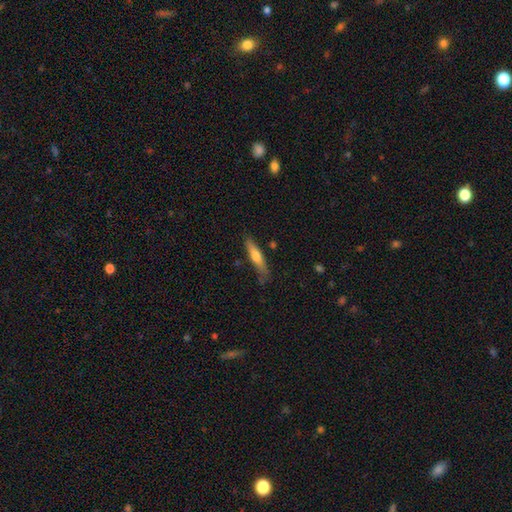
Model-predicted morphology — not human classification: Smooth or featured? smooth (58%)
How rounded? cigar-shaped (82%)
Merging? none (76%)